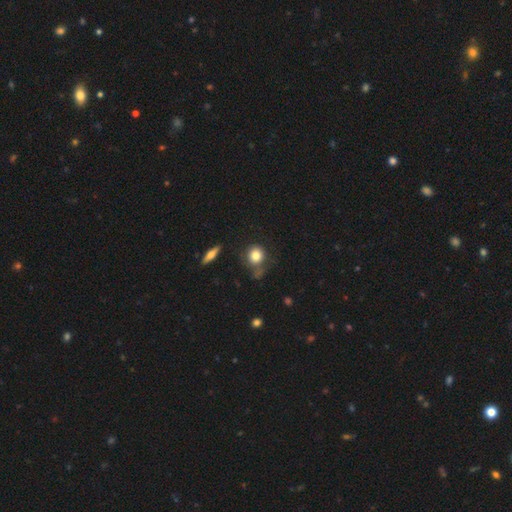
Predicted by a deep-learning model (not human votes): smooth 81%, star or artifact 9%, featured or disk 9%. Down the decision tree: how rounded — round (83%); merging — none (64%).